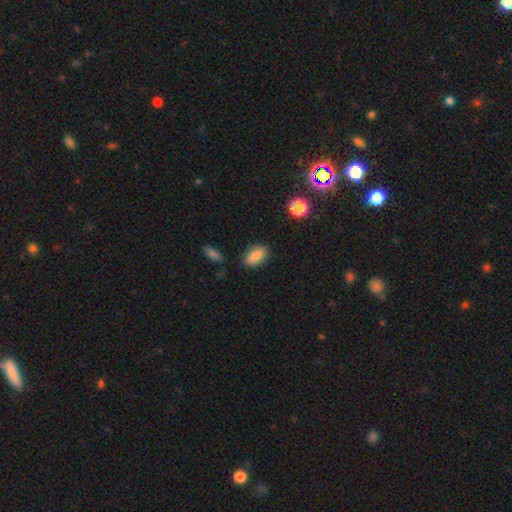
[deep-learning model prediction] Smooth or featured: smooth — 82% (featured or disk — 9%)
How rounded: in between — 88% (round — 6%)
Merging: none — 82% (minor disturbance — 12%)